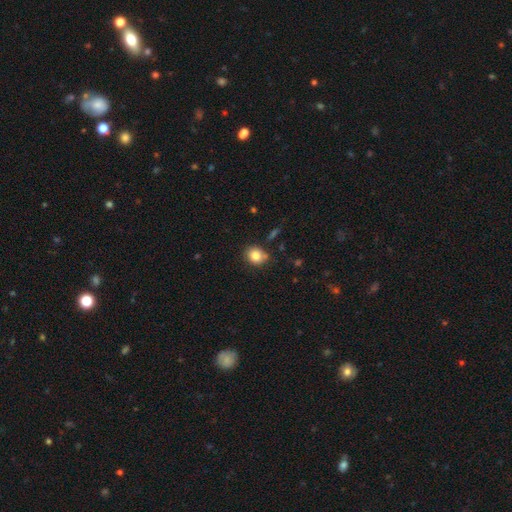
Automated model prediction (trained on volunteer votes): A smooth galaxy with no disk features (83%) that is round (68%).

Vote fractions:
- Smooth or featured? smooth: 83% / star or artifact: 10% / featured or disk: 8%
- How rounded? round: 68% / in between: 31% / cigar-shaped: 1%
- Merging? none: 75% / minor disturbance: 16% / merger: 5% / major disturbance: 3%